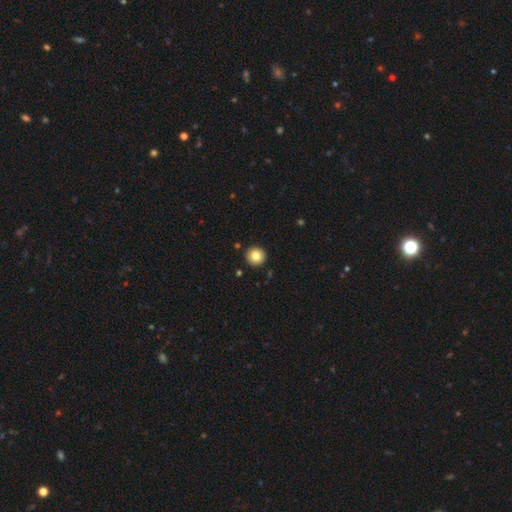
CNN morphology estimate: type=smooth (82%); roundness=round (95%); merging=none (93%).